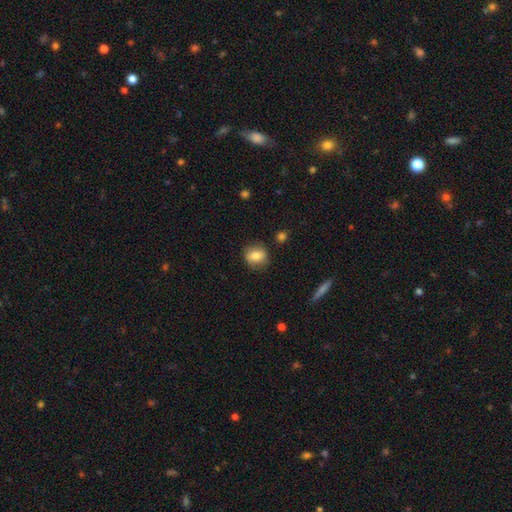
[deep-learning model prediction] Overall: smooth (77%). How rounded: round (69%; in between 29%). Merging: none (82%).